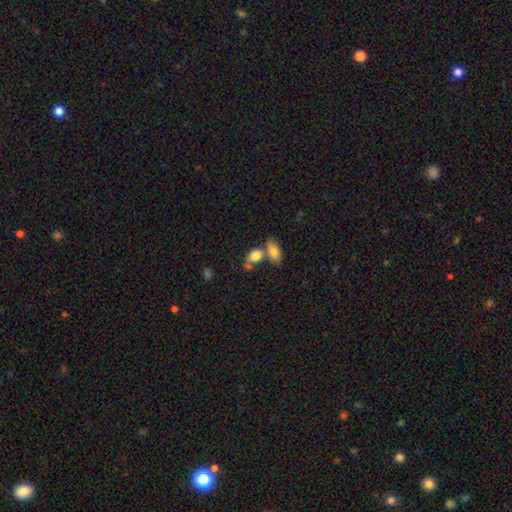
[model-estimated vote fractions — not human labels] Smooth or featured: smooth — 82% (featured or disk — 10%)
How rounded: in between — 77% (round — 20%)
Merging: merger — 43% (none — 38%)